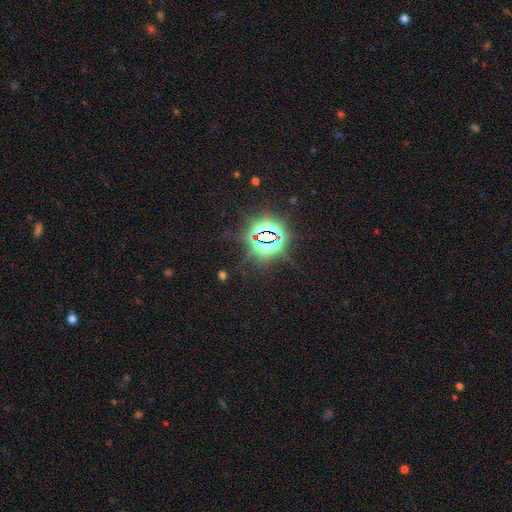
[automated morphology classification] smooth-or-featured: star or artifact: 83% | smooth: 10% | featured or disk: 7%